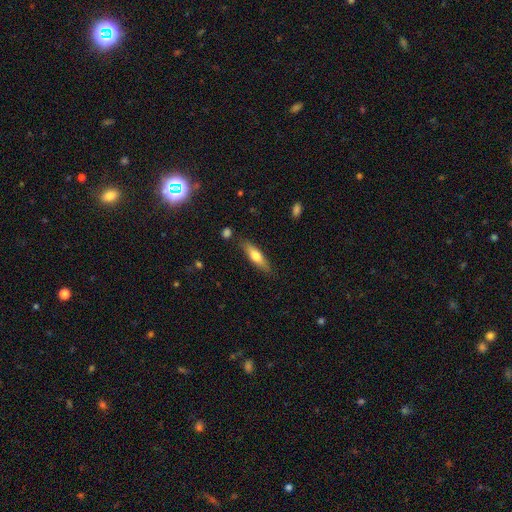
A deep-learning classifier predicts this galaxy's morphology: This appears to be a smooth galaxy with no disk features (61%) that is cigar-shaped (63%). Merging: none (83%).